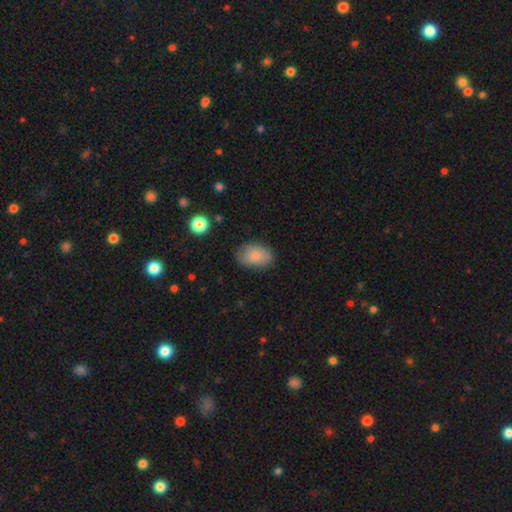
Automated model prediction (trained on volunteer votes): Smooth or featured? smooth (80%)
How rounded? in between (86%)
Merging? none (77%)